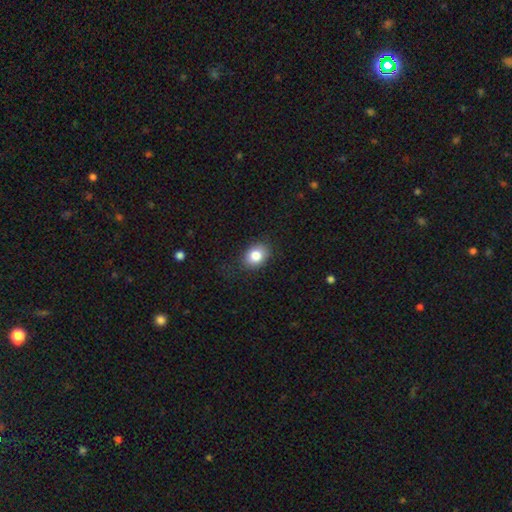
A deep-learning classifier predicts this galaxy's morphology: Smooth or featured?
  - smooth: 82% *
  - star or artifact: 9%
  - featured or disk: 8%
How rounded?
  - in between: 54% *
  - round: 45%
  - cigar-shaped: 1%
Merging?
  - none: 84% *
  - minor disturbance: 12%
  - major disturbance: 3%
  - merger: 1%